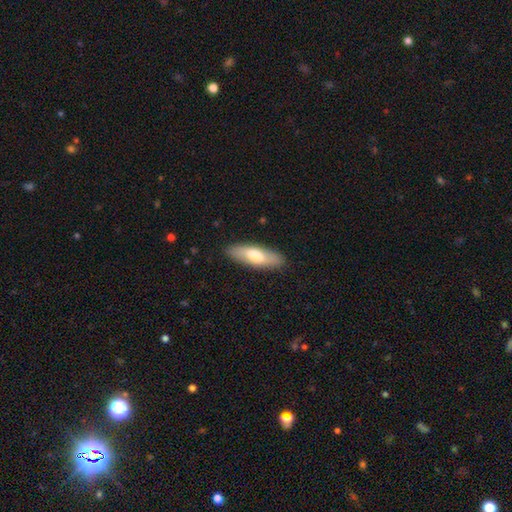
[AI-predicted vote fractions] A smooth galaxy with no disk features (67%) that is in between round and cigar-shaped (57%). Merging: none (87%).